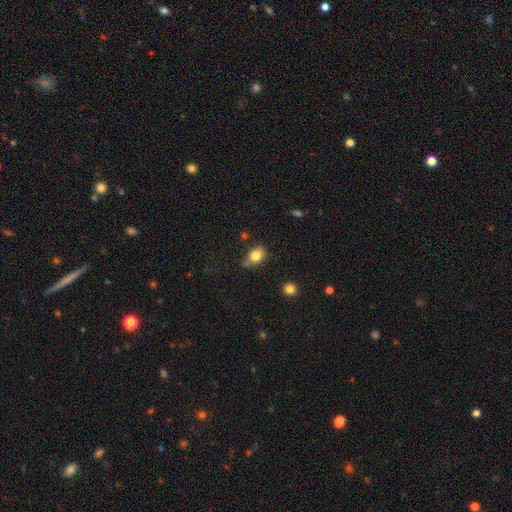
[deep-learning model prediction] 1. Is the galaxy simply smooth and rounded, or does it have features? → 81% smooth, 10% star or artifact, 9% featured or disk.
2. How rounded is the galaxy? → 65% in between, 33% round, 2% cigar-shaped.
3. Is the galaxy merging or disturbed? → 54% none, 29% minor disturbance, 8% merger, 8% major disturbance.